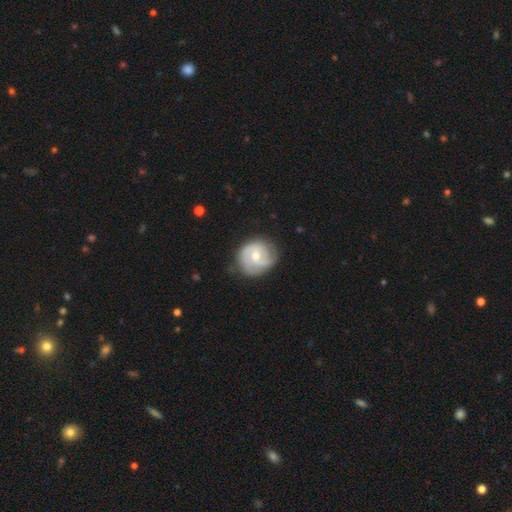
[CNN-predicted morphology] This appears to be a featured or disk galaxy (79%) with no bar (57%), 2 (59%) tight (44%) spiral arms (94%) and a moderate central bulge (55%). Merging: none (73%).